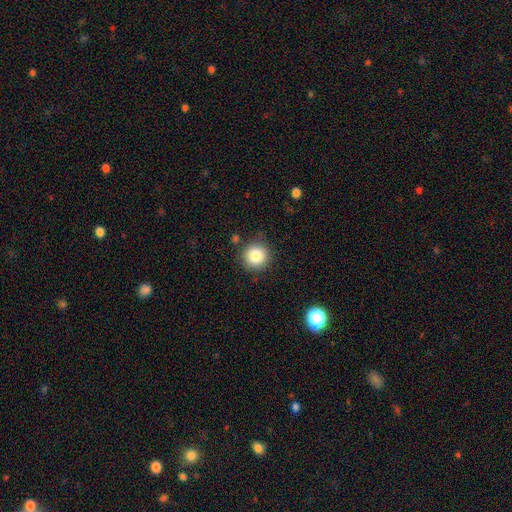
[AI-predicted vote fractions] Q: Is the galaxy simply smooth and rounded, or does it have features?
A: smooth — 83%.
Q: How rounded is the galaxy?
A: round — 94%.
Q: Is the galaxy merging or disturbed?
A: none — 86%.